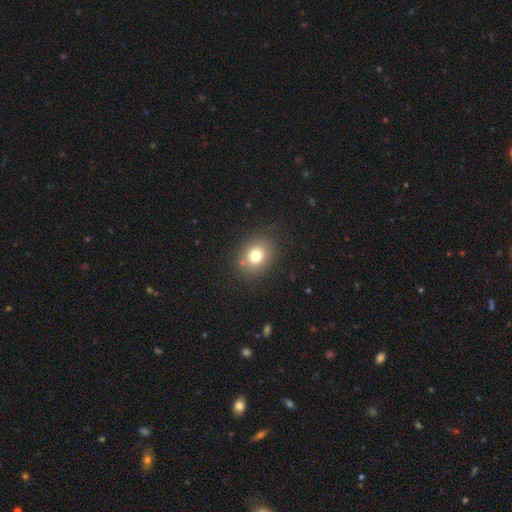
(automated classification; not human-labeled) Smooth or featured? Predicted: smooth (p=0.76). How rounded? Predicted: round (p=0.57). Merging? Predicted: none (p=0.82).